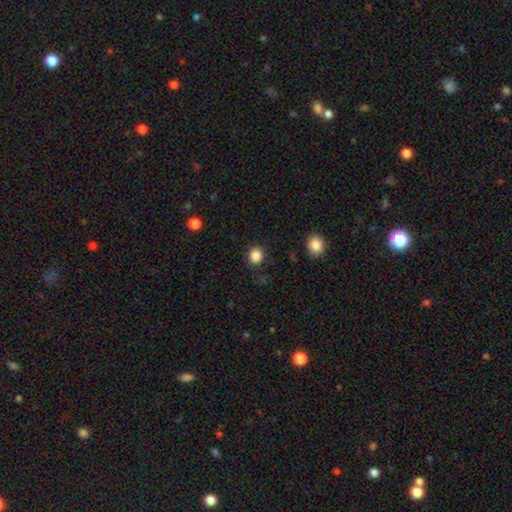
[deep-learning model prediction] Smooth or featured?
  - smooth: 86% *
  - star or artifact: 10%
  - featured or disk: 3%
How rounded?
  - round: 78% *
  - in between: 21%
  - cigar-shaped: 1%
Merging?
  - none: 86% *
  - minor disturbance: 9%
  - major disturbance: 3%
  - merger: 2%